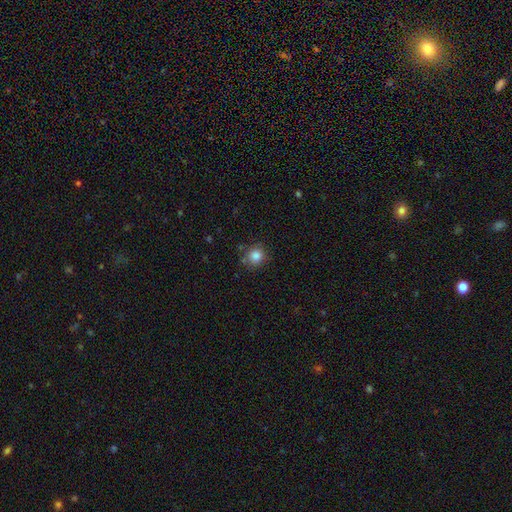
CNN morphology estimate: This appears to be a smooth galaxy with no disk features (84%) that is round (90%). Merging: none (81%).